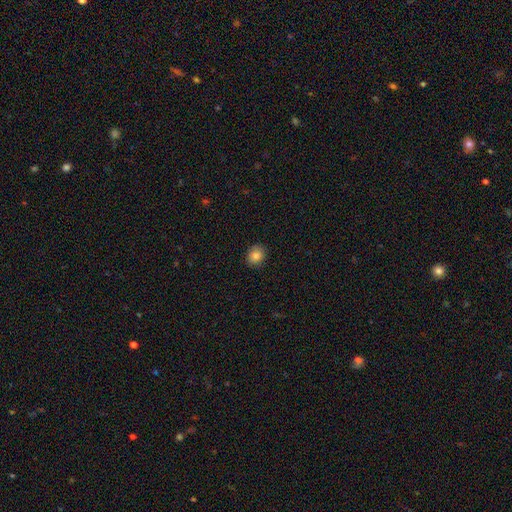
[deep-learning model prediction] A smooth galaxy with no disk features (84%) that is round (63%). Merging: none (87%).